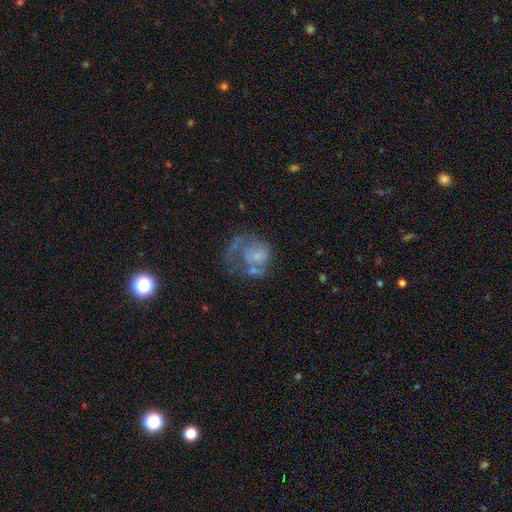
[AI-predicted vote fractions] Q: Smooth or featured?
A: featured or disk (56%); runner-up: smooth (32%)
Q: Edge-on disk?
A: no (98%); runner-up: yes (2%)
Q: Bar?
A: no (81%); runner-up: weak (16%)
Q: Spiral arms?
A: no (65%); runner-up: yes (35%)
Q: Bulge size?
A: none (39%); runner-up: small (32%)
Q: Merging?
A: major disturbance (43%); runner-up: none (25%)